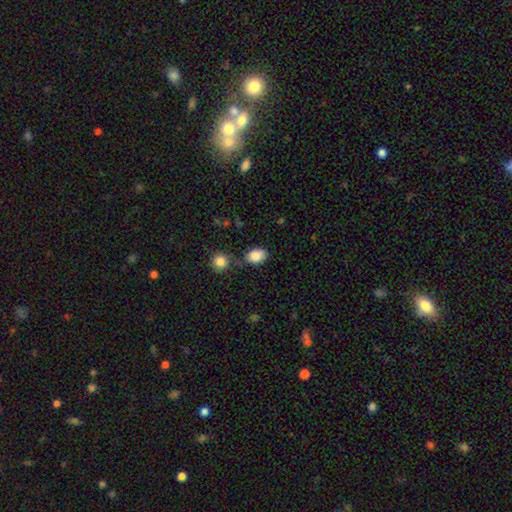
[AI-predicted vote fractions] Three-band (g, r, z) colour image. It shows a smooth galaxy with no disk features (87%) that is in between round and cigar-shaped (81%). Merging: none (70%).